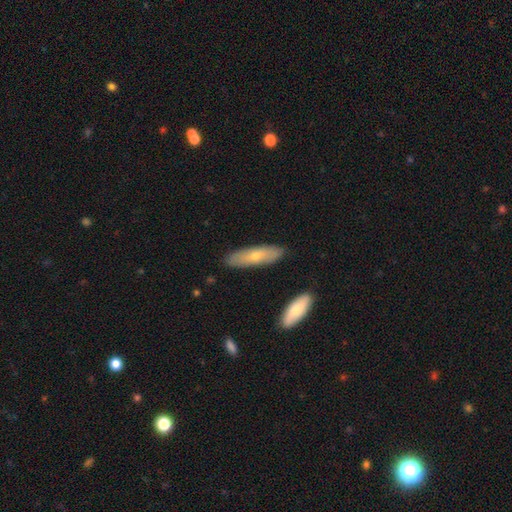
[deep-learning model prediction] Q: Smooth or featured?
A: smooth (59%); runner-up: featured or disk (34%)
Q: How rounded?
A: cigar-shaped (63%); runner-up: in between (35%)
Q: Merging?
A: none (86%); runner-up: minor disturbance (10%)